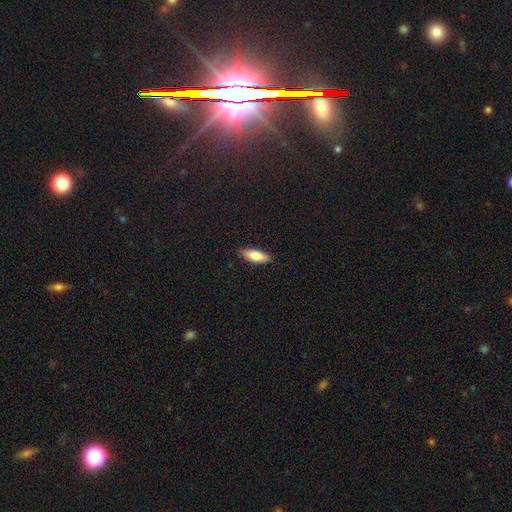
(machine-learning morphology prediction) A smooth galaxy with no disk features (82%) that is in between round and cigar-shaped (74%).

Vote fractions:
- Smooth or featured? smooth: 82% / featured or disk: 11% / star or artifact: 7%
- How rounded? in between: 74% / cigar-shaped: 24% / round: 2%
- Merging? none: 85% / minor disturbance: 11% / major disturbance: 2% / merger: 1%